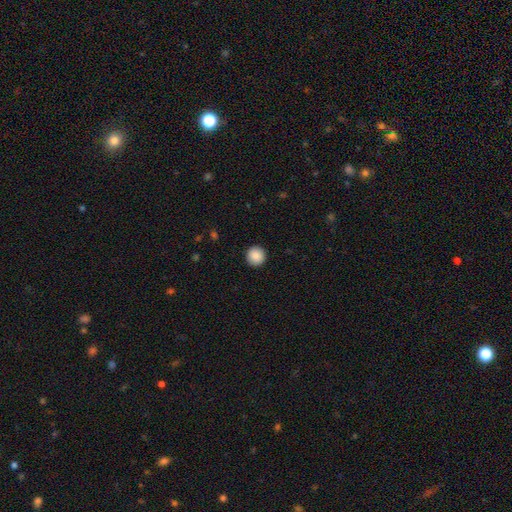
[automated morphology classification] A smooth galaxy with no disk features (89%) that is round (94%).

Vote fractions:
- Smooth or featured? smooth: 89% / star or artifact: 8% / featured or disk: 3%
- How rounded? round: 94% / in between: 5% / cigar-shaped: 1%
- Merging? none: 93% / minor disturbance: 5% / major disturbance: 2% / merger: 1%